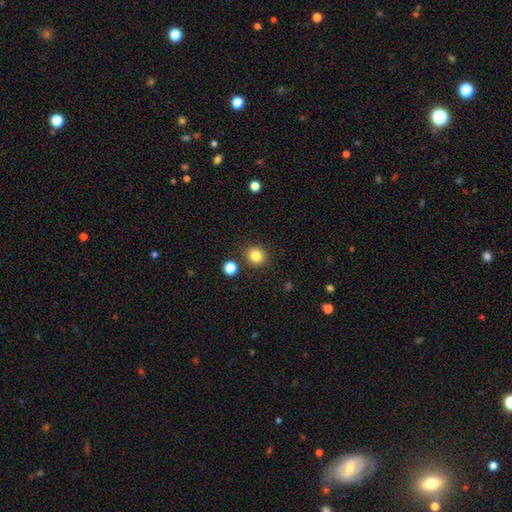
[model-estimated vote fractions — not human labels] This is clearly a smooth galaxy (83%). How rounded: clearly round (87%). Merging: clearly none (87%).